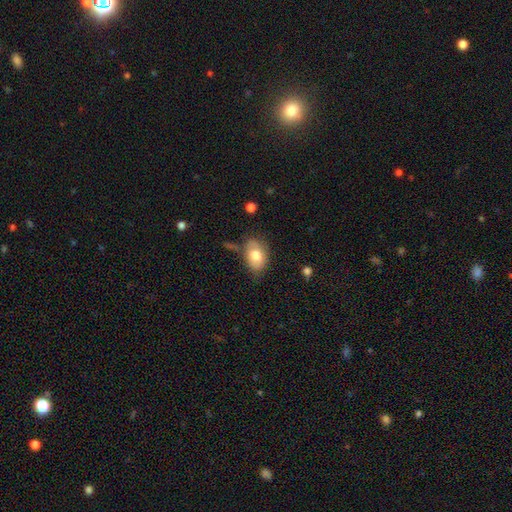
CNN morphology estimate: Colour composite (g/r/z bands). It shows a smooth galaxy with no disk features (74%) that is in between round and cigar-shaped (84%). Merging: none (64%).